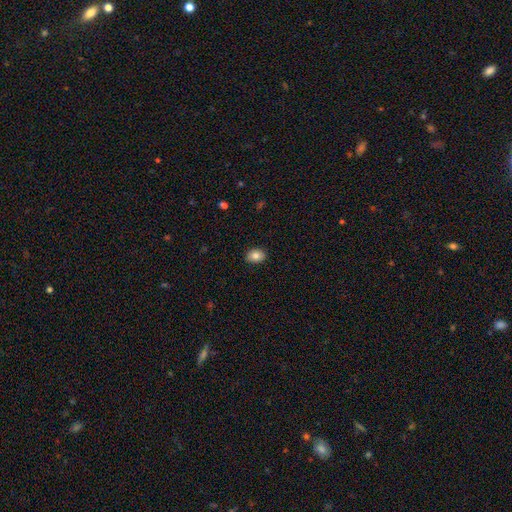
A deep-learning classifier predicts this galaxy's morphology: A smooth galaxy with no disk features (83%) that is in between round and cigar-shaped (70%).

Vote fractions:
- Smooth or featured? smooth: 83% / featured or disk: 8% / star or artifact: 8%
- How rounded? in between: 70% / round: 29% / cigar-shaped: 1%
- Merging? none: 87% / minor disturbance: 10% / major disturbance: 2% / merger: 1%